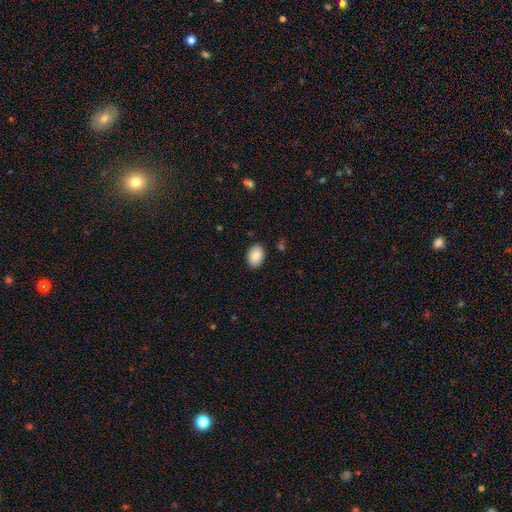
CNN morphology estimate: The model was most divided on "how rounded": in between: 82%, round: 17%, cigar-shaped: 1%. More confident: merging — none (87%); smooth or featured — smooth (85%).